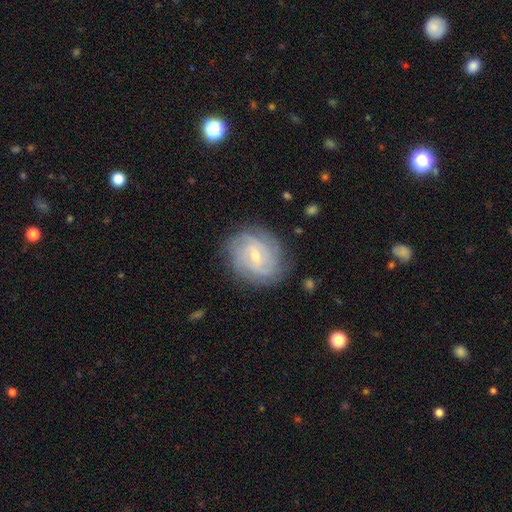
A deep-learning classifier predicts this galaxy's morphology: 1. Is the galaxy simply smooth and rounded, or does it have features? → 82% featured or disk, 12% smooth, 6% star or artifact.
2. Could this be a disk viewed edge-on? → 97% no, 3% yes.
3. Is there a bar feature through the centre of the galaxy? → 55% weak, 29% no, 16% strong.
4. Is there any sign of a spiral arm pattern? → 95% yes, 5% no.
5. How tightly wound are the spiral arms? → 65% tight, 29% medium, 7% loose.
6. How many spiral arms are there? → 31% can't tell, 23% 3, 18% 4, 17% 2, 6% more than 4, 5% 1.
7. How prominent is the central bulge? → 61% small, 36% moderate, 1% none, 1% large, 1% dominant.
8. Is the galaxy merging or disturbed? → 80% none, 14% minor disturbance, 4% major disturbance, 1% merger.